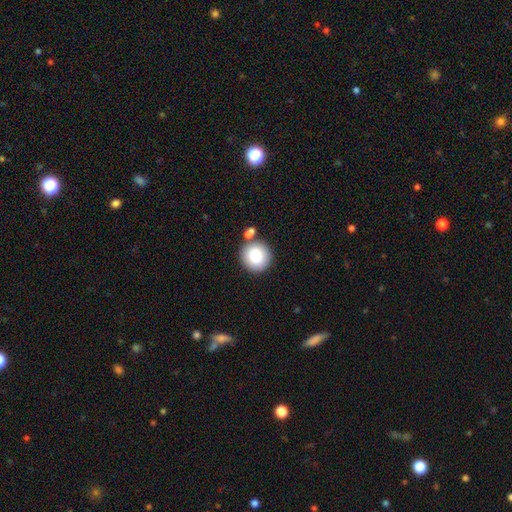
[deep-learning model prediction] Smooth or featured? smooth (80%)
How rounded? round (92%)
Merging? none (78%)